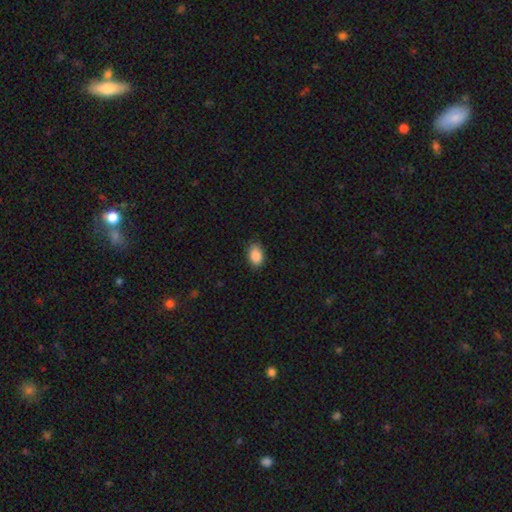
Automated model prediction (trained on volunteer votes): This appears to be a smooth galaxy with no disk features (89%) that is in between round and cigar-shaped (88%). Merging: none (83%).